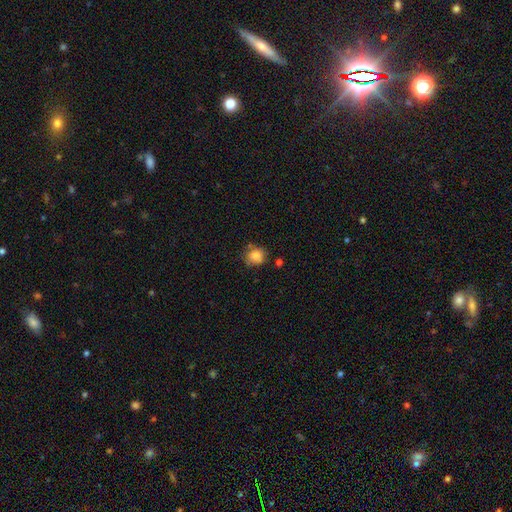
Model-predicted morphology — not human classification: smooth 82%, star or artifact 10%, featured or disk 8%. Down the decision tree: how rounded — round (76%); merging — none (67%).